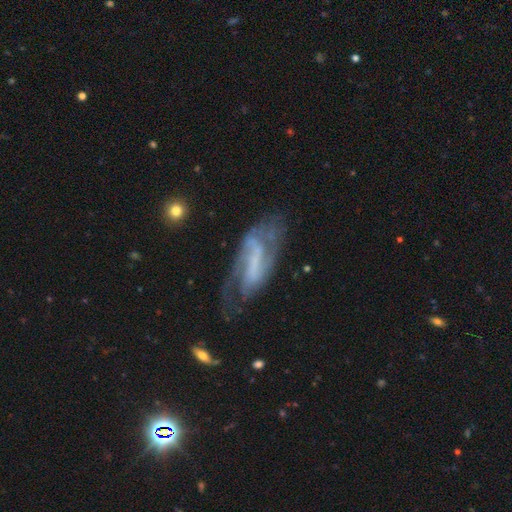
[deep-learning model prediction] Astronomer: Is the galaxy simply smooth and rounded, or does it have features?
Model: featured or disk — 73%.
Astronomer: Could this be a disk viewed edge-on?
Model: no — 86%.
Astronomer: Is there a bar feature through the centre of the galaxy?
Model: strong — 41% (runner-up: weak, 35%).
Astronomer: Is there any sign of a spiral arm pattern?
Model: yes — 82%.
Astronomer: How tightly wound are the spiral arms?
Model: medium — 42% (runner-up: tight, 32%).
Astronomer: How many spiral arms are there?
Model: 2 — 58%.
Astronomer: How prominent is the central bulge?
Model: none — 53%.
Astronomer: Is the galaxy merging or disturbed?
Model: none — 57%.